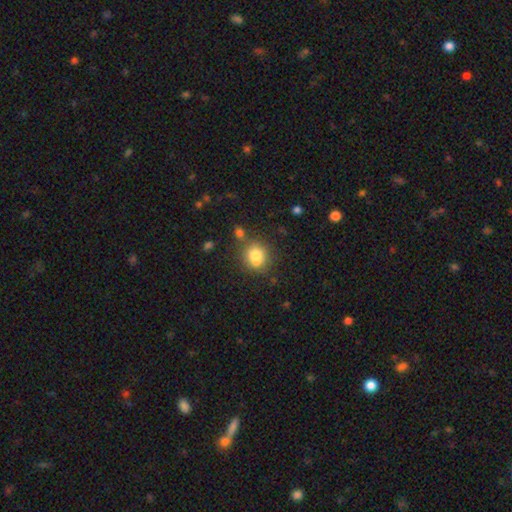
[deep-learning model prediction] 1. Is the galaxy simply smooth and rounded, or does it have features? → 74% smooth, 14% featured or disk, 11% star or artifact.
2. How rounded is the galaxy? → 83% round, 16% in between, 1% cigar-shaped.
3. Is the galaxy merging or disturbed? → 55% none, 26% merger, 14% minor disturbance, 5% major disturbance.